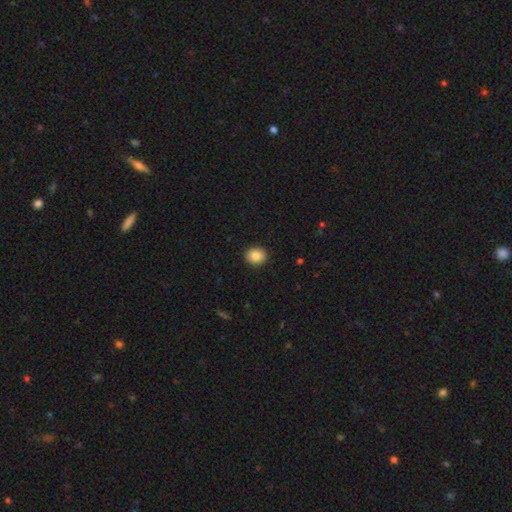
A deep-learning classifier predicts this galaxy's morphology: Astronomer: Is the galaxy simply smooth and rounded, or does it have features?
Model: smooth — 87%.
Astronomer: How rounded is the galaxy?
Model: round — 71%.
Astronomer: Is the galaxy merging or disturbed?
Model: none — 92%.